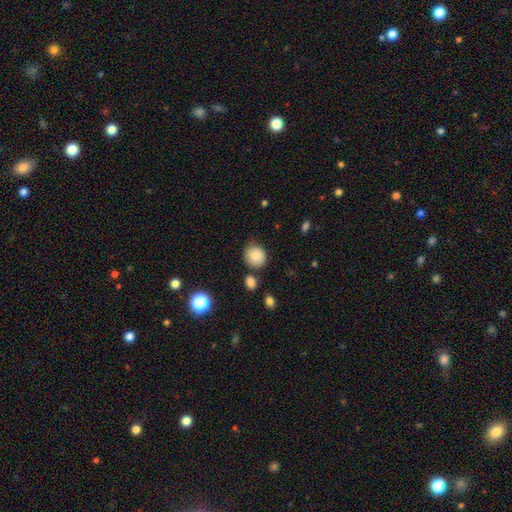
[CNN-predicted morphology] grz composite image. It shows a smooth galaxy with no disk features (81%) that is round (85%). Merging: none (76%).